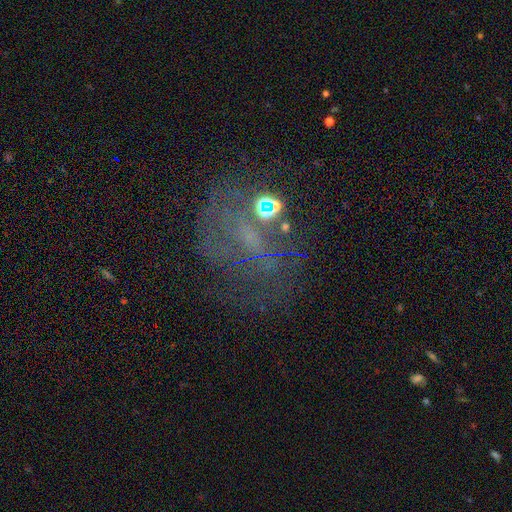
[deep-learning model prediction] This appears to be a featured or disk galaxy (48%). Merging: none (51%).